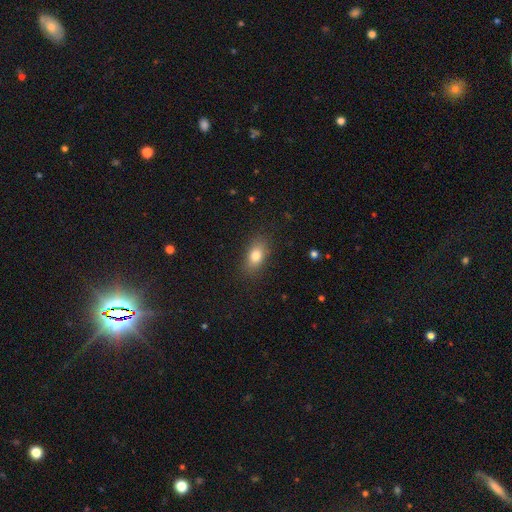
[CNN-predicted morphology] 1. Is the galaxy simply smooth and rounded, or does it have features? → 79% smooth, 11% featured or disk, 10% star or artifact.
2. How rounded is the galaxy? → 82% in between, 12% round, 5% cigar-shaped.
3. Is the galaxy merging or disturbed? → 83% none, 12% minor disturbance, 4% major disturbance, 1% merger.